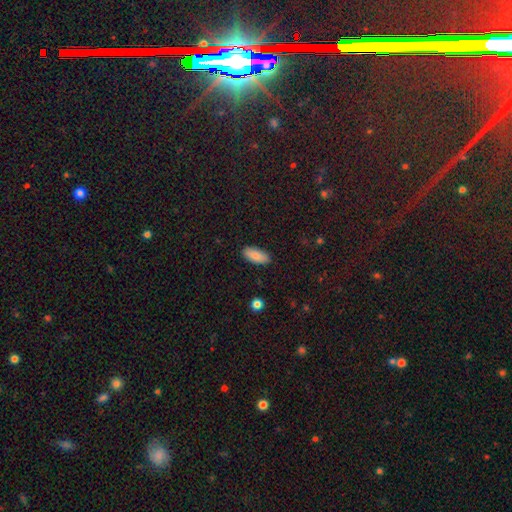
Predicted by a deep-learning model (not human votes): Morphology: type=smooth (88%); roundness=in between (86%); merging=none (88%).